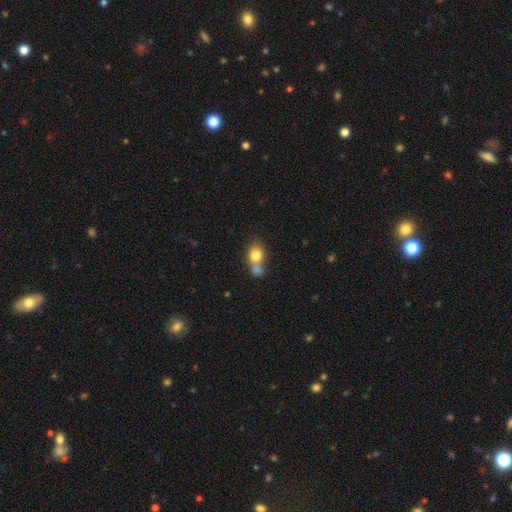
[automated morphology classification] smooth-or-featured: smooth: 79% | featured or disk: 12% | star or artifact: 9%
  how-rounded: round: 59% | in between: 40% | cigar-shaped: 1%
  merging: merger: 53% | none: 33% | minor disturbance: 10% | major disturbance: 4%